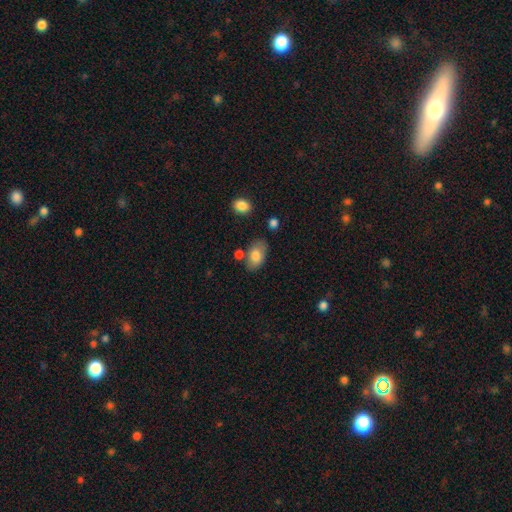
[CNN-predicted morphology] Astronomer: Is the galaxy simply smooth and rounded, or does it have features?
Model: smooth — 79%.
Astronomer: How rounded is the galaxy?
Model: in between — 91%.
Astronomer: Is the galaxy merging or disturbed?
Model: none — 71%.